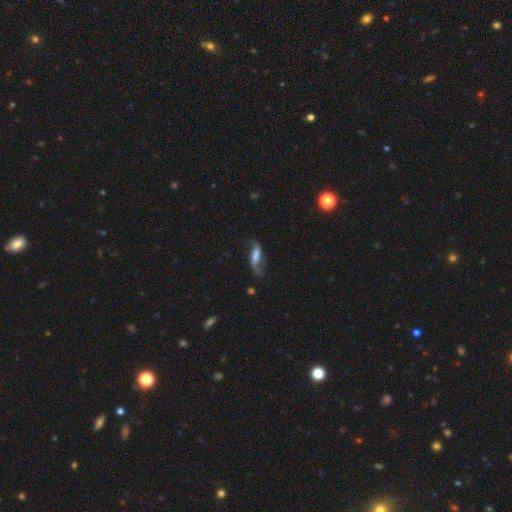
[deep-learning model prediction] Smooth or featured: featured or disk — 66% (smooth — 26%)
Edge-on disk: no — 88% (yes — 12%)
Bar: weak — 41% (no — 33%)
Spiral arms: yes — 91% (no — 9%)
Spiral winding: loose — 77% (medium — 18%)
Spiral arm count: 2 — 88% (1 — 5%)
Bulge size: moderate — 29% (large — 25%)
Merging: none — 62% (minor disturbance — 21%)